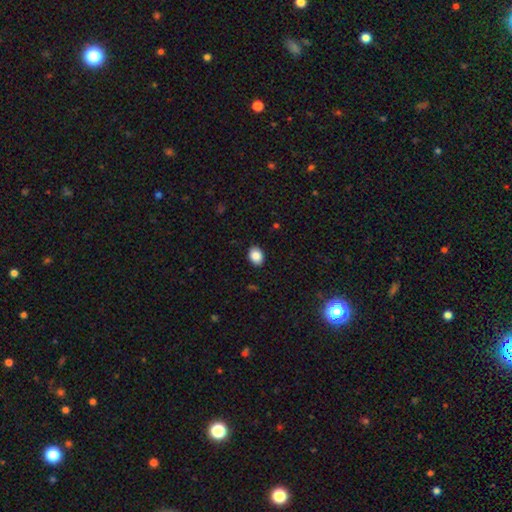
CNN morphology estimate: Q: Smooth or featured?
A: smooth (87%); runner-up: star or artifact (8%)
Q: How rounded?
A: in between (69%); runner-up: round (30%)
Q: Merging?
A: none (90%); runner-up: minor disturbance (7%)